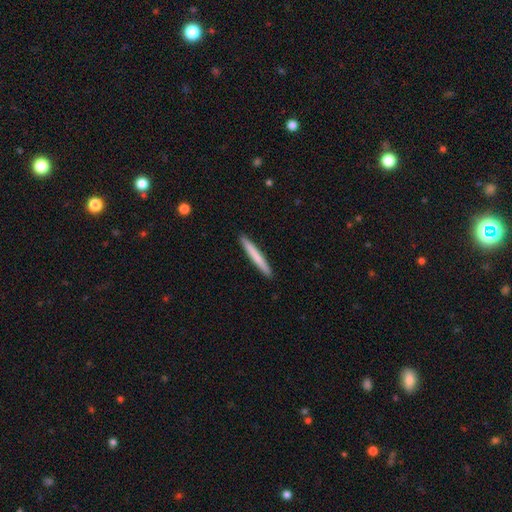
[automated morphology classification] Overall: smooth (70%). How rounded: cigar-shaped (97%). Merging: none (93%).